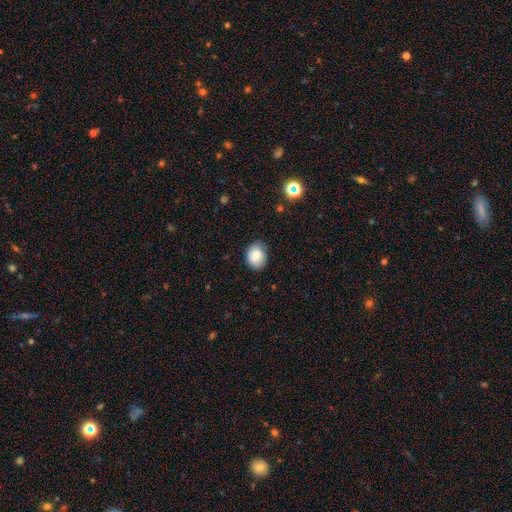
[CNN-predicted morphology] Smooth or featured?
  - smooth: 83% *
  - star or artifact: 9%
  - featured or disk: 8%
How rounded?
  - in between: 62% *
  - round: 38%
  - cigar-shaped: 1%
Merging?
  - none: 79% *
  - minor disturbance: 17%
  - major disturbance: 3%
  - merger: 1%